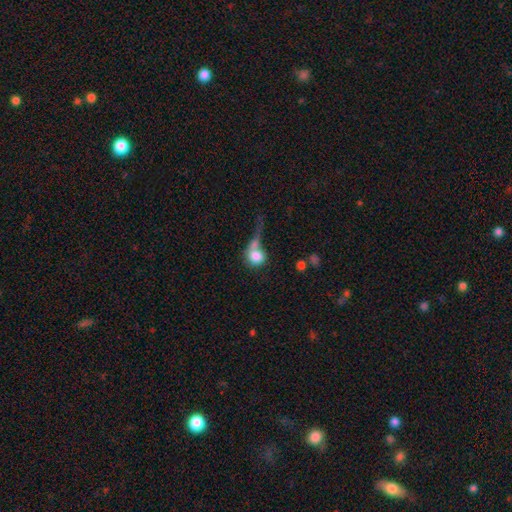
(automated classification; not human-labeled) A smooth galaxy with no disk features (76%) that is round (75%). Merging: merger (33%).